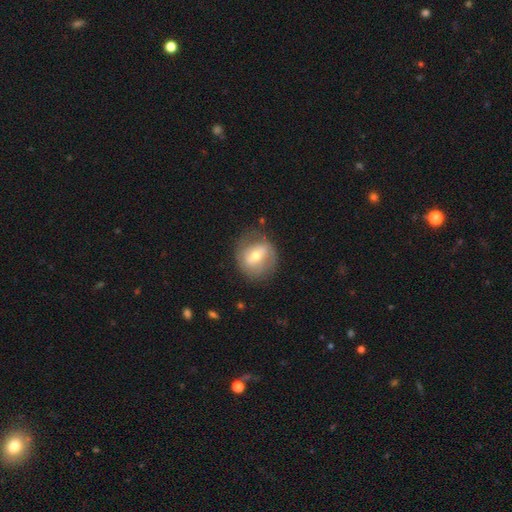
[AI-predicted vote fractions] smooth-or-featured: featured or disk: 51% | smooth: 42% | star or artifact: 7%
  disk-edge-on: no: 94% | yes: 6%
  merging: none: 71% | minor disturbance: 19% | major disturbance: 9% | merger: 2%